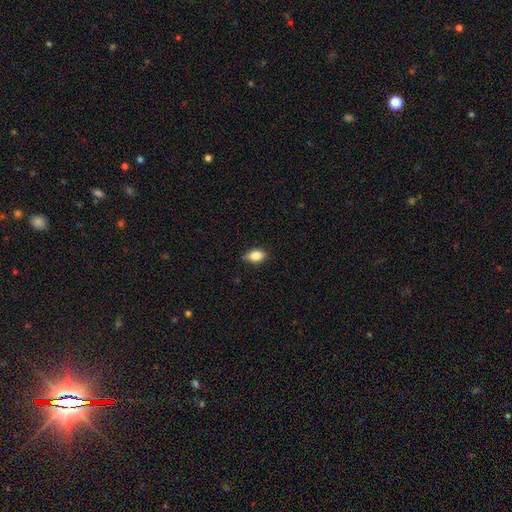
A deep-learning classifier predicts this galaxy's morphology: Smooth or featured? smooth (84%)
How rounded? in between (83%)
Merging? none (84%)